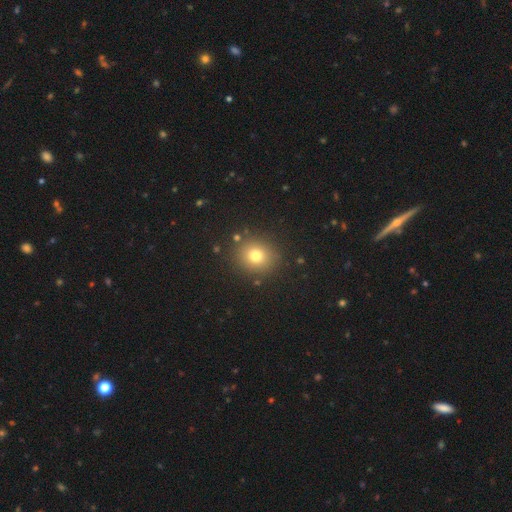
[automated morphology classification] Smooth or featured? smooth (76%)
How rounded? round (81%)
Merging? none (87%)